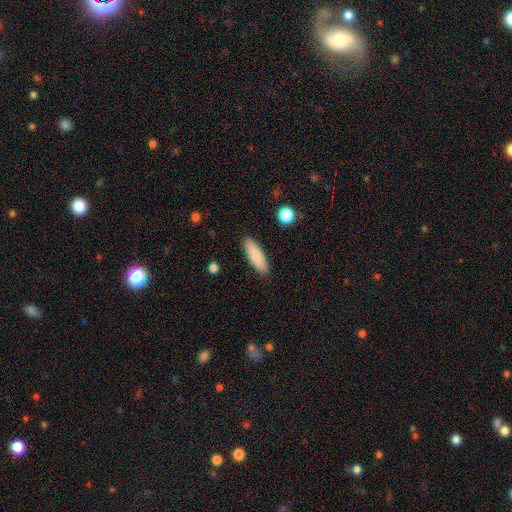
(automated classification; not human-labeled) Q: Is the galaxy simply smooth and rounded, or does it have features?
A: smooth — 85%.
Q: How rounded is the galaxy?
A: cigar-shaped — 55%.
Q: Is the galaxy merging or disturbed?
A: none — 89%.